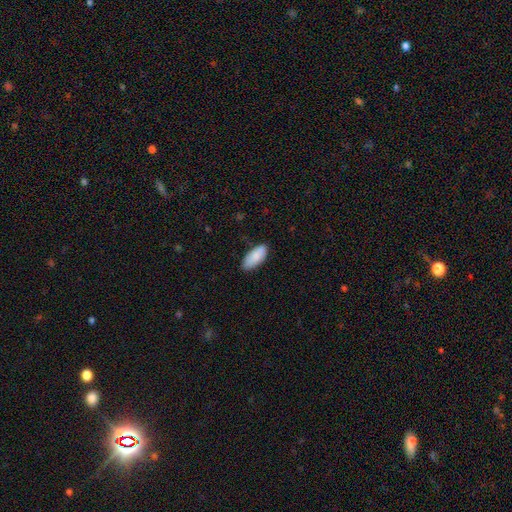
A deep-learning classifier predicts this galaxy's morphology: Smooth or featured? smooth (87%)
How rounded? in between (88%)
Merging? none (81%)